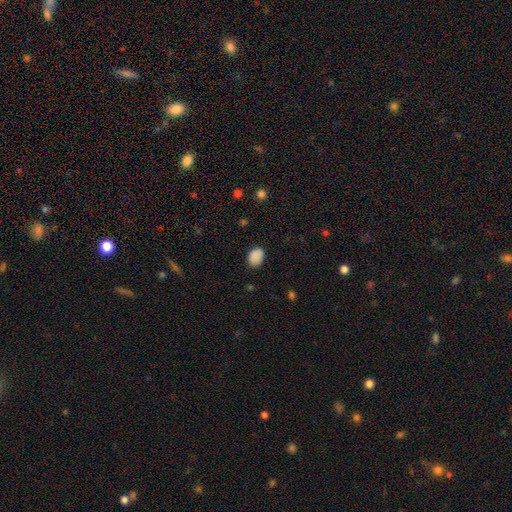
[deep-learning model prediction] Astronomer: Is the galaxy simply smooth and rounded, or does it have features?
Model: smooth — 87%.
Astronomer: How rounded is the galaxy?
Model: in between — 71%.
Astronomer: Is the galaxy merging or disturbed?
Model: none — 79%.